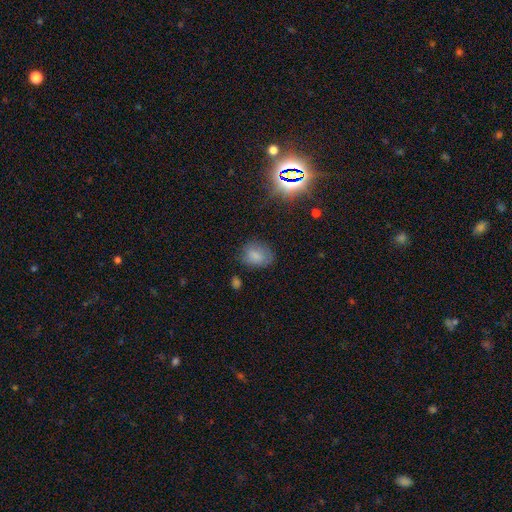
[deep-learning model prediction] Morphology: type=smooth (77%); roundness=in between (64%); merging=none (69%).